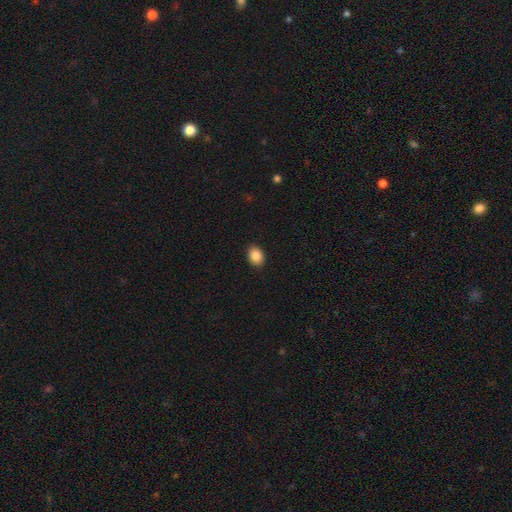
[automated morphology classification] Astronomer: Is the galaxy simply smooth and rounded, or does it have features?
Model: smooth — 88%.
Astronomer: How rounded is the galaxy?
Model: in between — 66%.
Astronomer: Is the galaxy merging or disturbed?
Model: none — 90%.